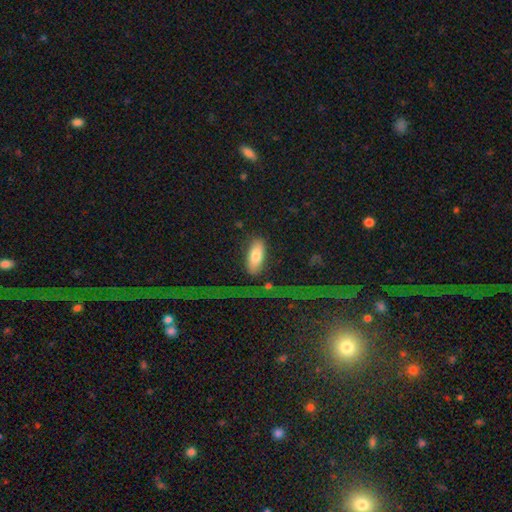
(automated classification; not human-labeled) Smooth or featured?
  - smooth: 77% *
  - featured or disk: 17%
  - star or artifact: 6%
How rounded?
  - in between: 82% *
  - cigar-shaped: 15%
  - round: 3%
Merging?
  - none: 64% *
  - minor disturbance: 16%
  - major disturbance: 13%
  - merger: 7%